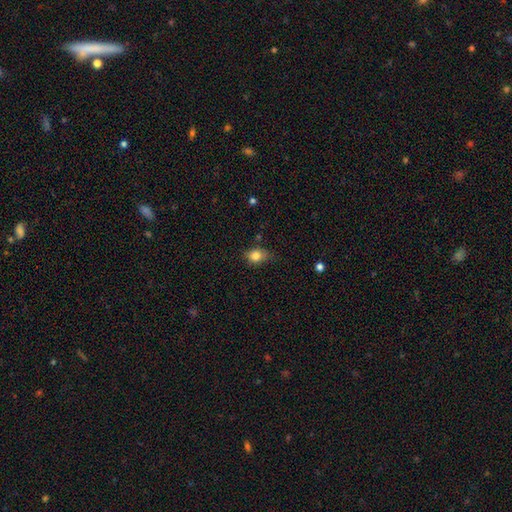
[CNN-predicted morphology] This is clearly a smooth galaxy (81%). How rounded: possibly in between (57%). Merging: possibly none (59%).